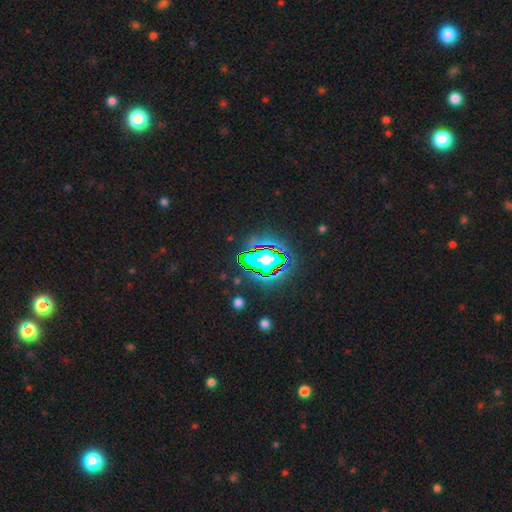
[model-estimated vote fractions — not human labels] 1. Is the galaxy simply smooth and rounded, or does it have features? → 81% star or artifact, 11% smooth, 8% featured or disk.